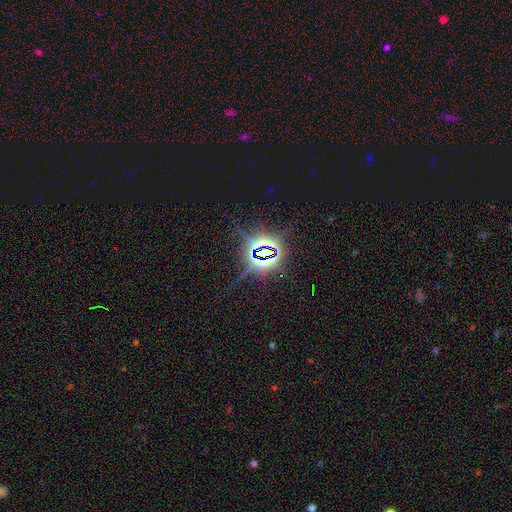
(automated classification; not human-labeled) Smooth or featured? Predicted: star or artifact (p=0.85).